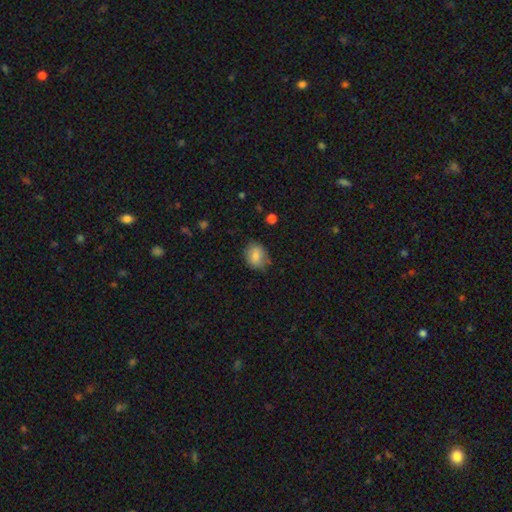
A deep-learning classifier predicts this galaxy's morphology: type=smooth (82%); roundness=round (55%); merging=none (71%).